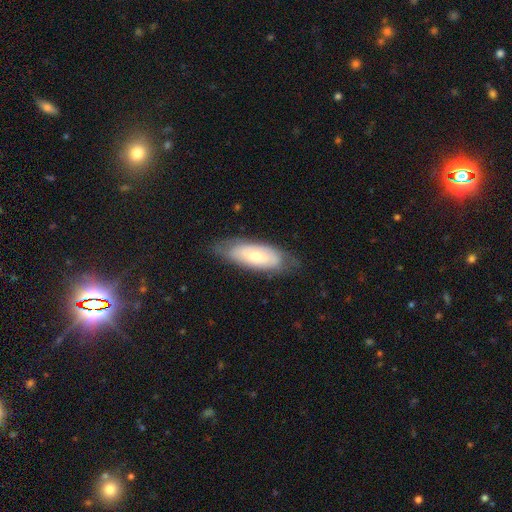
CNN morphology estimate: This is possibly a smooth galaxy (51%). How rounded: likely in between (75%). Merging: likely none (71%).